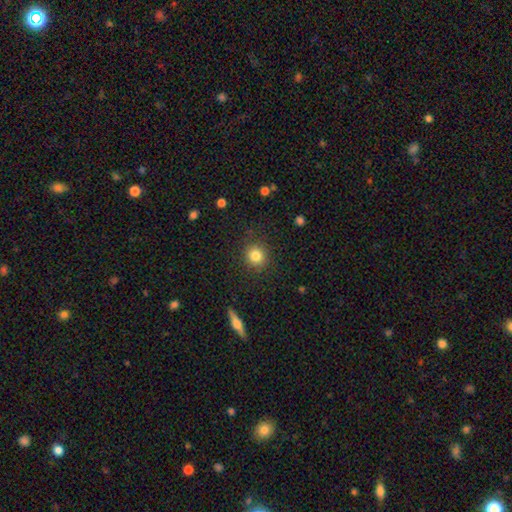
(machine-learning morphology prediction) A smooth galaxy with no disk features (83%) that is round (90%).

Vote fractions:
- Smooth or featured? smooth: 83% / star or artifact: 10% / featured or disk: 7%
- How rounded? round: 90% / in between: 9% / cigar-shaped: 1%
- Merging? none: 88% / minor disturbance: 8% / major disturbance: 3% / merger: 1%